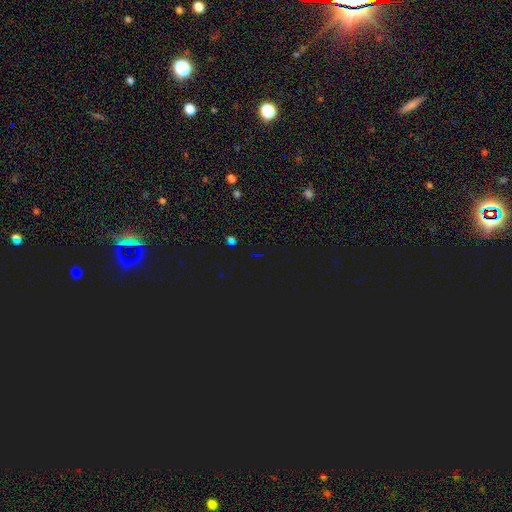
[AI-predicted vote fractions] Morphology: type=star or artifact (75%).